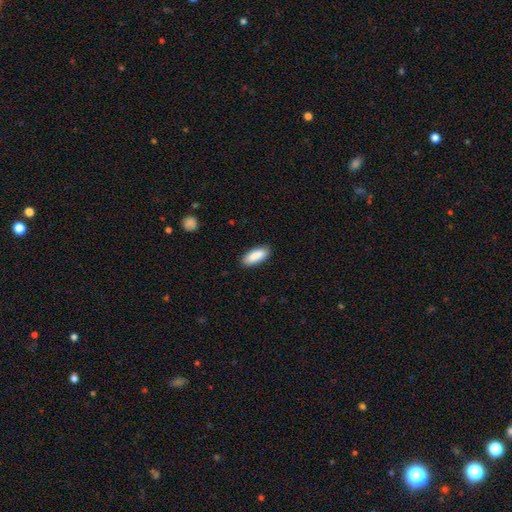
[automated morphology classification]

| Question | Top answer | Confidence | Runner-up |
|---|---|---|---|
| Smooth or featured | smooth | 90% | star or artifact (6%) |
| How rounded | in between | 77% | cigar-shaped (21%) |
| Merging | none | 87% | minor disturbance (10%) |